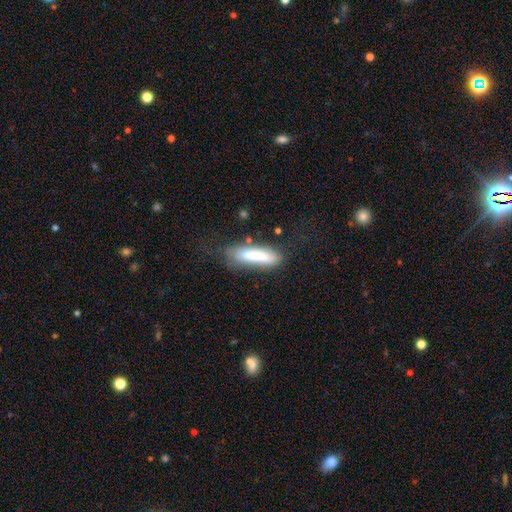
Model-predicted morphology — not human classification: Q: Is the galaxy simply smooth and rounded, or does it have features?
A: smooth — 71%.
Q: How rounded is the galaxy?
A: cigar-shaped — 67%.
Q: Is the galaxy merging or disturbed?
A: none — 56%.